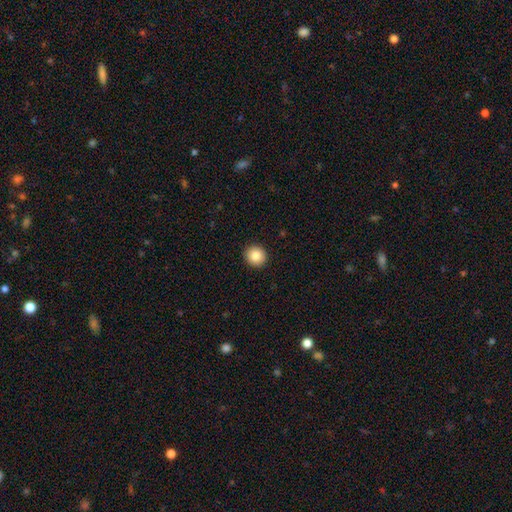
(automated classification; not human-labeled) This is clearly a smooth galaxy (84%). How rounded: clearly round (92%). Merging: clearly none (93%).